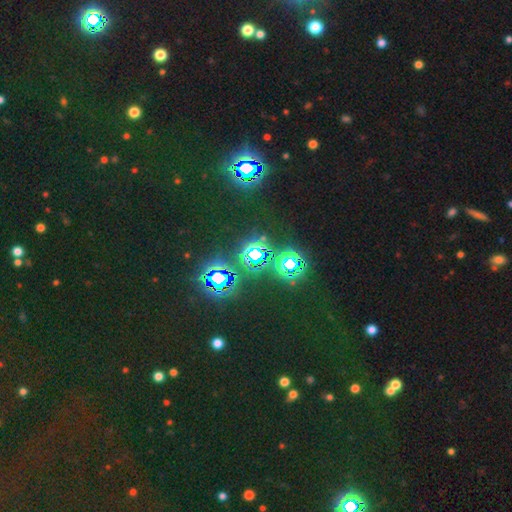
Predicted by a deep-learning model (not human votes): The model was most divided on "smooth or featured": star or artifact: 82%, smooth: 11%, featured or disk: 7%.